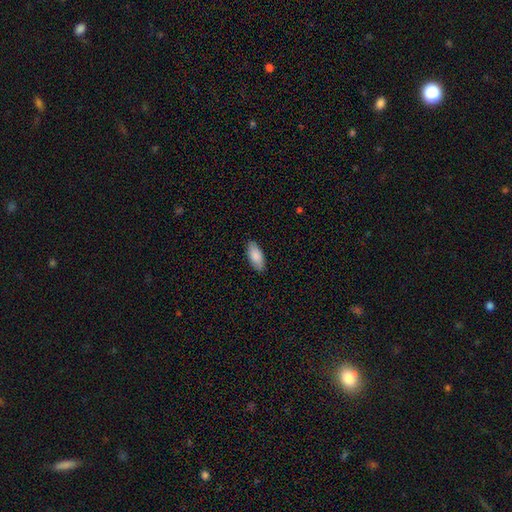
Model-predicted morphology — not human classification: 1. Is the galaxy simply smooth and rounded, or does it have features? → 88% smooth, 7% featured or disk, 6% star or artifact.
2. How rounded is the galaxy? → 86% in between, 12% cigar-shaped, 2% round.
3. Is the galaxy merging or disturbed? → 88% none, 9% minor disturbance, 2% major disturbance, 1% merger.